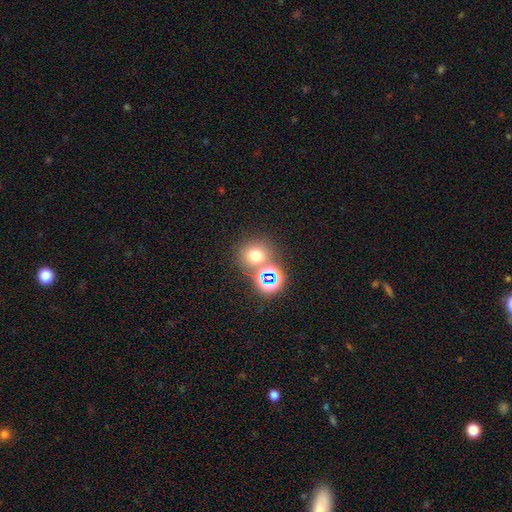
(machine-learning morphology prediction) Smooth or featured: smooth — 64% (star or artifact — 27%)
How rounded: round — 86% (in between — 13%)
Merging: none — 69% (merger — 19%)